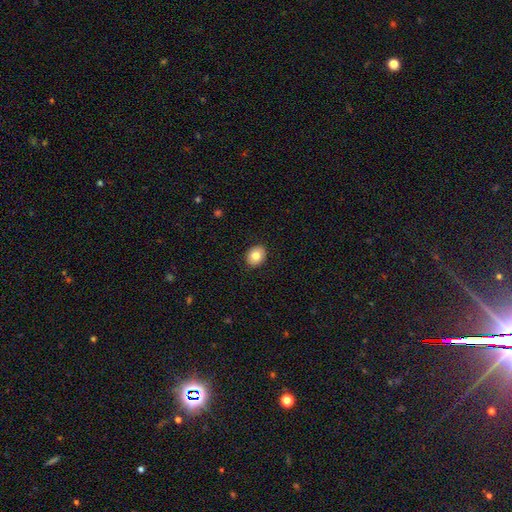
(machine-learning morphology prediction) Q: Smooth or featured?
A: smooth (81%); runner-up: featured or disk (10%)
Q: How rounded?
A: in between (51%); runner-up: round (49%)
Q: Merging?
A: none (90%); runner-up: minor disturbance (7%)